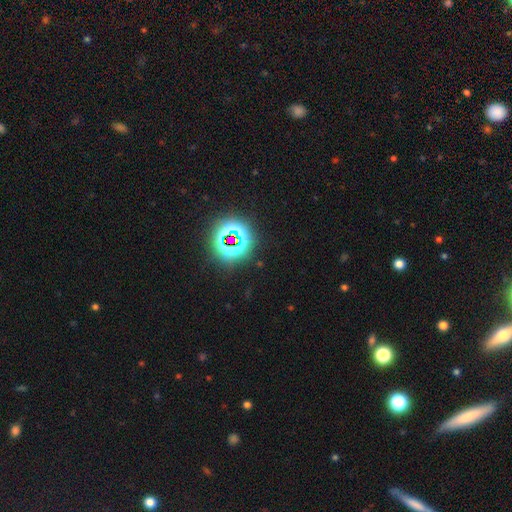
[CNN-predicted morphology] Q: Smooth or featured?
A: star or artifact (81%); runner-up: smooth (12%)